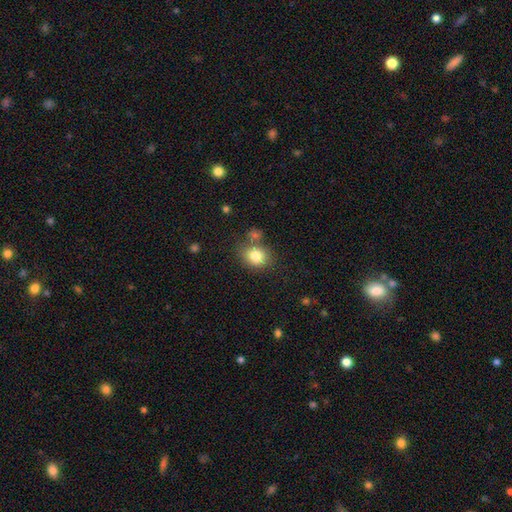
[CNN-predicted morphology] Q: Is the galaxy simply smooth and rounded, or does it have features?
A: smooth — 81%.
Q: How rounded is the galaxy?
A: round — 59%.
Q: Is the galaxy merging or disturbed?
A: none — 62%.